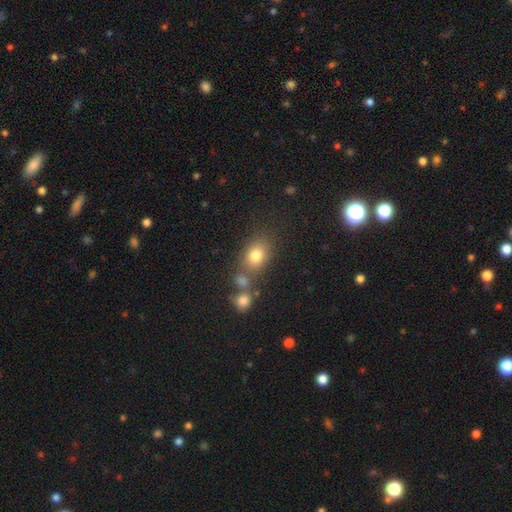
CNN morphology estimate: Smooth or featured? smooth (77%)
How rounded? in between (59%)
Merging? none (61%)